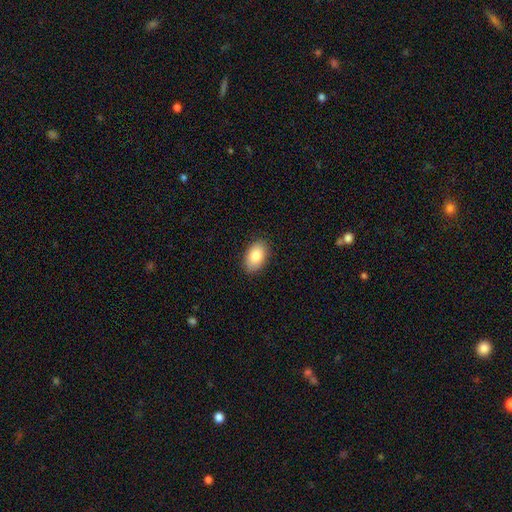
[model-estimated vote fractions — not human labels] smooth-or-featured: smooth: 83% | featured or disk: 10% | star or artifact: 7%
  how-rounded: in between: 92% | round: 7% | cigar-shaped: 1%
  merging: none: 88% | minor disturbance: 9% | major disturbance: 2% | merger: 1%